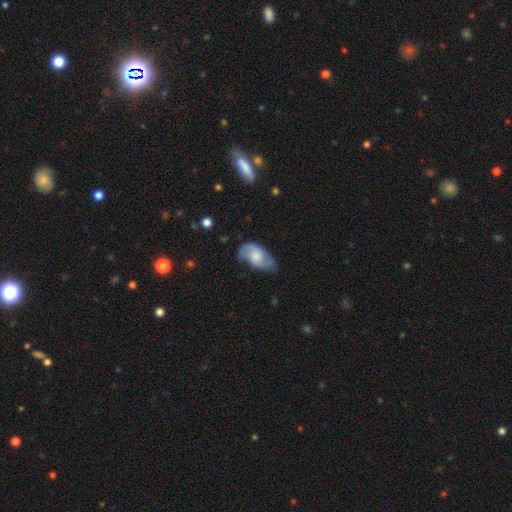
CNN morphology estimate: smooth-or-featured: featured or disk: 62% | smooth: 32% | star or artifact: 6%
  disk-edge-on: no: 95% | yes: 5%
    bar: no: 63% | weak: 32% | strong: 5%
    has-spiral-arms: yes: 90% | no: 10%
      spiral-winding: medium: 46% | loose: 33% | tight: 21%
      spiral-arm-count: 2: 82% | can't tell: 9% | 1: 5% | 3: 2% | 4: 1% | more than 4: 1%
    bulge-size: moderate: 43% | small: 28% | large: 15% | none: 12% | dominant: 2%
  merging: none: 64% | minor disturbance: 26% | major disturbance: 9% | merger: 2%